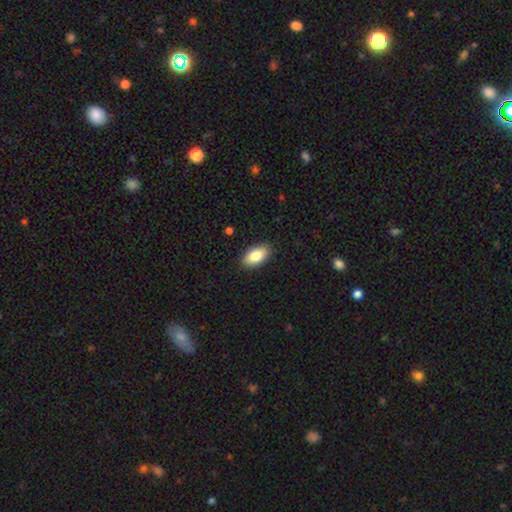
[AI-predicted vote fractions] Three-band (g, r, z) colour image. It shows a smooth galaxy with no disk features (84%) that is in between round and cigar-shaped (94%). Merging: none (88%).